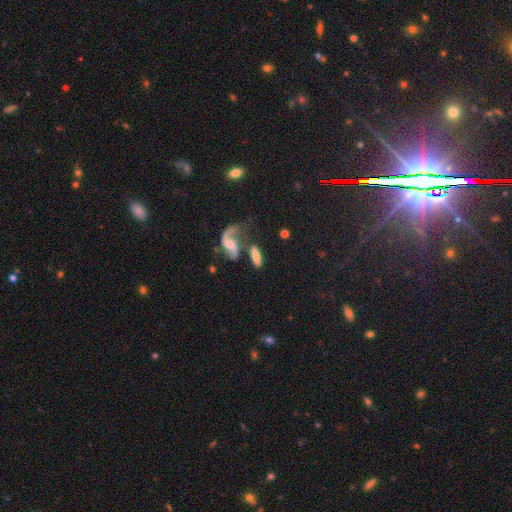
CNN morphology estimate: The model was most divided on "smooth or featured": smooth: 54%, featured or disk: 37%, star or artifact: 9%. Remaining: how rounded — in between (64%); merging — none (49%).